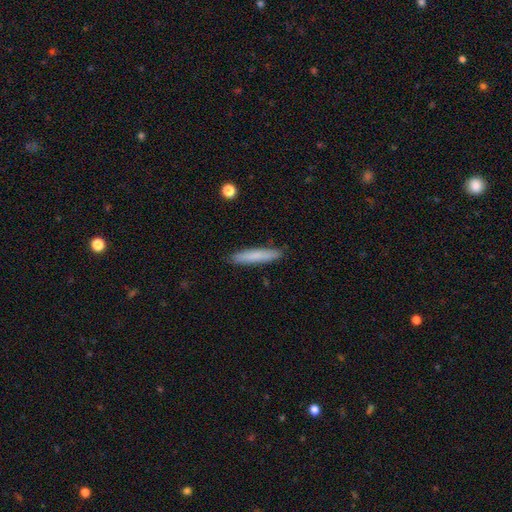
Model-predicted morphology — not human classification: This appears to be a smooth galaxy with no disk features (77%) that is cigar-shaped (92%). Merging: none (89%).